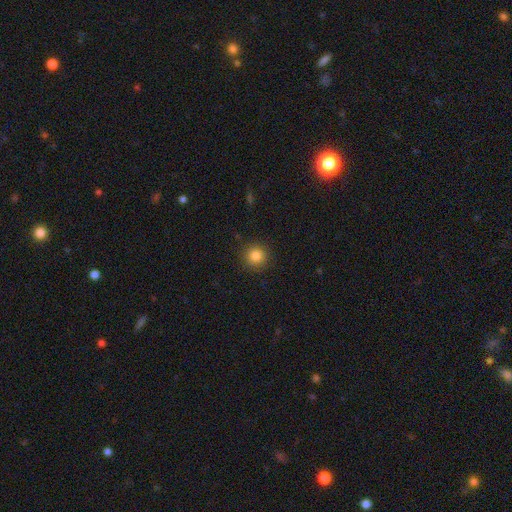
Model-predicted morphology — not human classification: smooth-or-featured: smooth: 84% | star or artifact: 11% | featured or disk: 5%
  how-rounded: round: 94% | in between: 5% | cigar-shaped: 1%
  merging: none: 90% | minor disturbance: 6% | major disturbance: 2% | merger: 1%